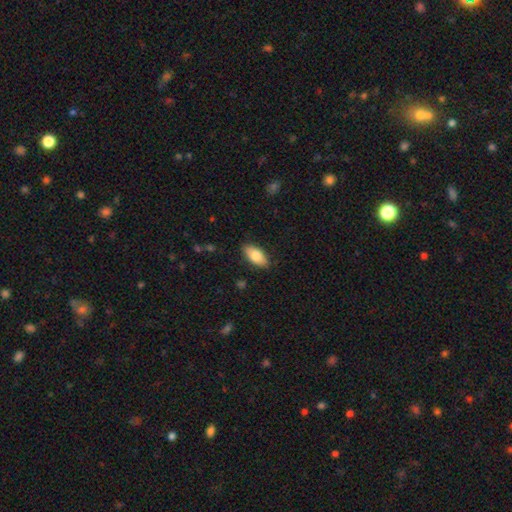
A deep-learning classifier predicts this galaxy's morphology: Smooth or featured? smooth (80%)
How rounded? in between (90%)
Merging? none (87%)